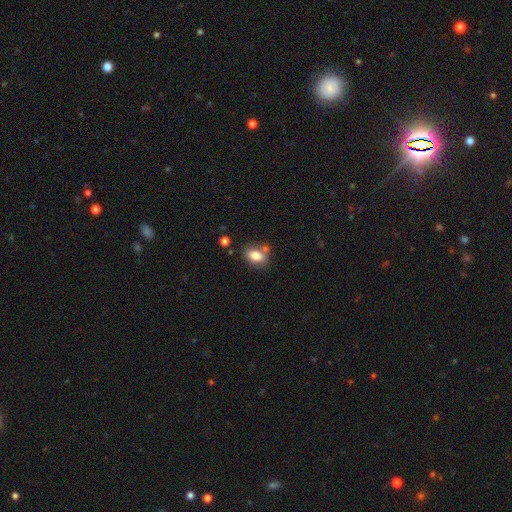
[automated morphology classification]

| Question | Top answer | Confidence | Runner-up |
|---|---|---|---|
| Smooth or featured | smooth | 80% | featured or disk (11%) |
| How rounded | in between | 80% | round (18%) |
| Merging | none | 62% | merger (17%) |